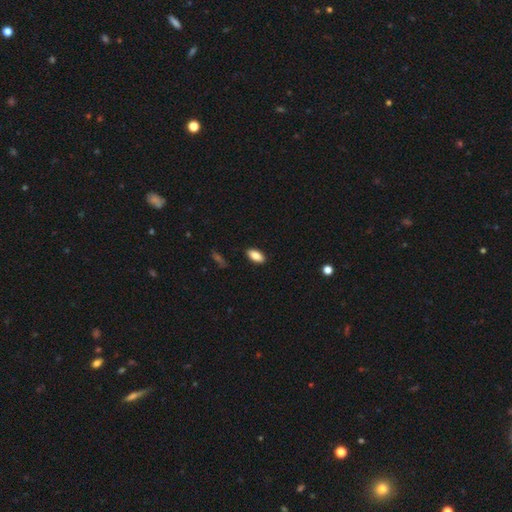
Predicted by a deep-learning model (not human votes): Smooth or featured?
  - smooth: 85% *
  - featured or disk: 8%
  - star or artifact: 7%
How rounded?
  - in between: 91% *
  - cigar-shaped: 7%
  - round: 3%
Merging?
  - none: 89% *
  - minor disturbance: 8%
  - major disturbance: 2%
  - merger: 1%